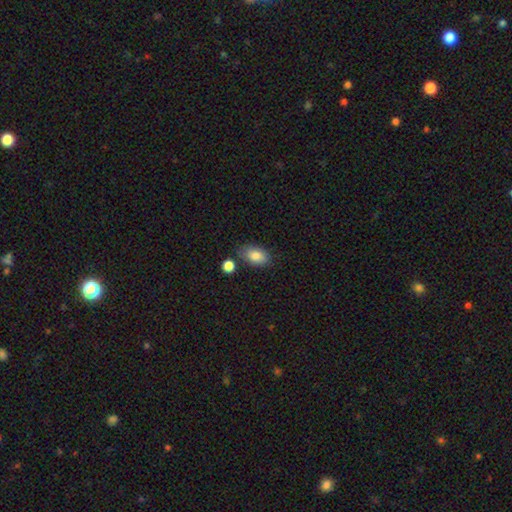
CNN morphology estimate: Smooth or featured? Predicted: smooth (p=0.85). How rounded? Predicted: in between (p=0.89). Merging? Predicted: none (p=0.74).